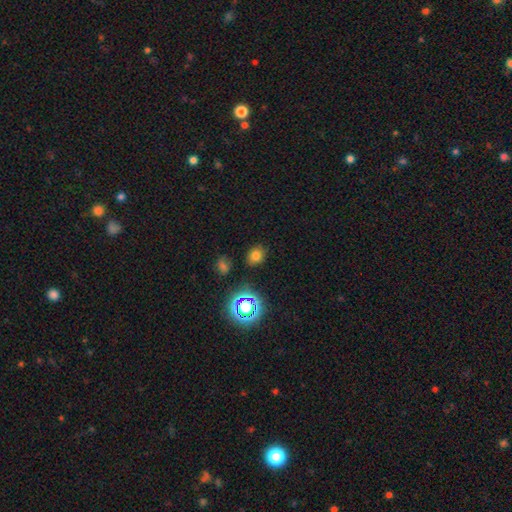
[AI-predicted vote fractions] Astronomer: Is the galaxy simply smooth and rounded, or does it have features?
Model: smooth — 70%.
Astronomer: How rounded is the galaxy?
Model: round — 53% (runner-up: in between, 46%).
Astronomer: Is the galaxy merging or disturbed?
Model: none — 84%.